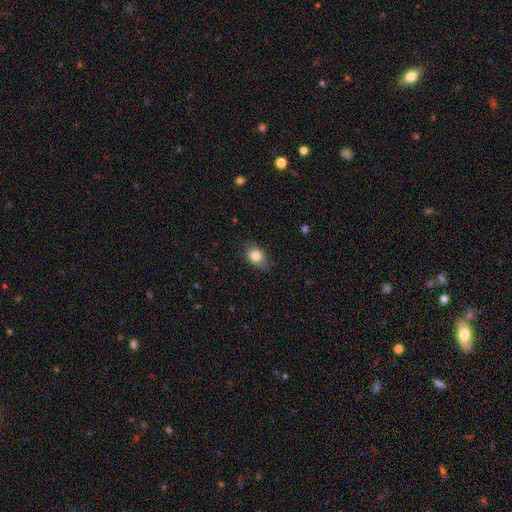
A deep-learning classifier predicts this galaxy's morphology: This is clearly a smooth galaxy (81%). How rounded: likely in between (73%). Merging: likely none (77%).